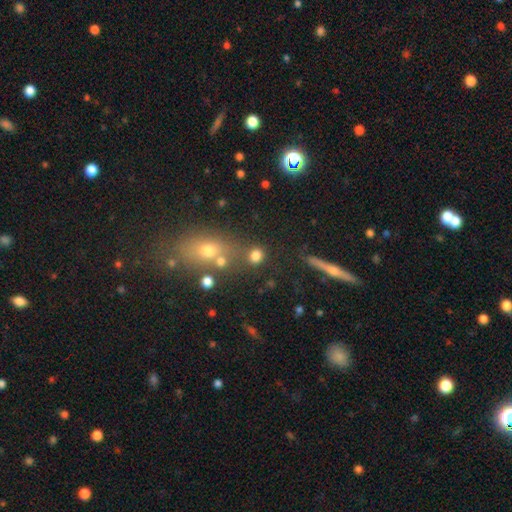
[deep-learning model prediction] Smooth or featured?
  - smooth: 78% *
  - star or artifact: 15%
  - featured or disk: 8%
How rounded?
  - round: 79% *
  - in between: 19%
  - cigar-shaped: 2%
Merging?
  - none: 69% *
  - merger: 16%
  - minor disturbance: 10%
  - major disturbance: 6%